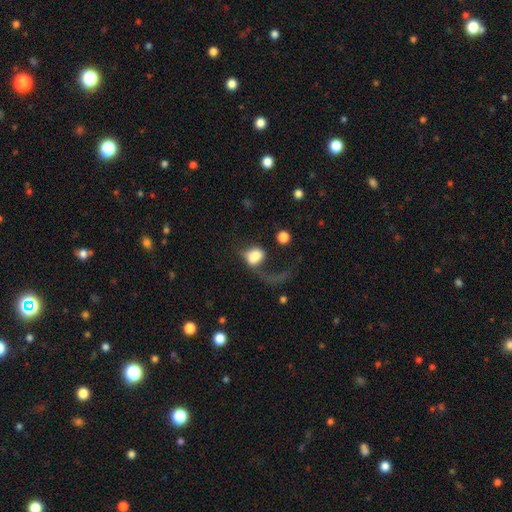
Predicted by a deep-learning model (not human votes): smooth-or-featured: smooth: 67% | featured or disk: 24% | star or artifact: 9%
  how-rounded: in between: 55% | round: 43% | cigar-shaped: 2%
  merging: major disturbance: 56% | none: 21% | minor disturbance: 14% | merger: 9%